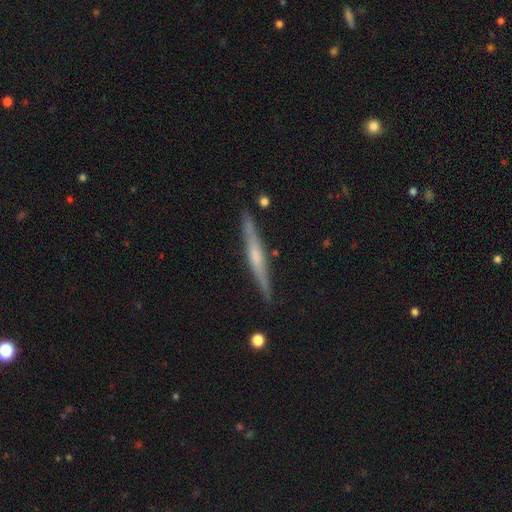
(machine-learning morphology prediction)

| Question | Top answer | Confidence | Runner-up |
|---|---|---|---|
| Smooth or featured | featured or disk | 70% | smooth (25%) |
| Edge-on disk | yes | 98% | no (2%) |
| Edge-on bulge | rounded | 59% | none (28%) |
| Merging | none | 90% | minor disturbance (8%) |